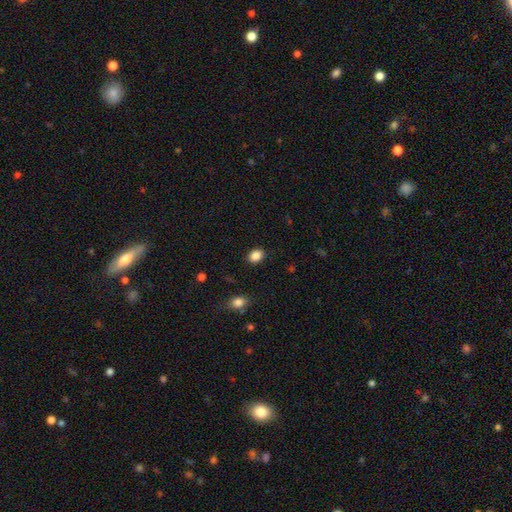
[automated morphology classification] This appears to be a smooth galaxy with no disk features (87%) that is in between round and cigar-shaped (59%). Merging: none (87%).